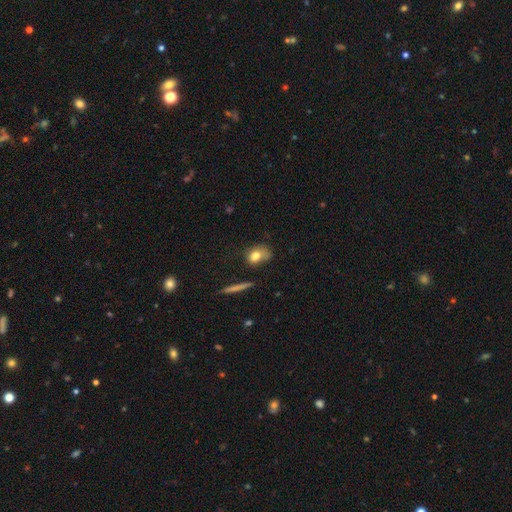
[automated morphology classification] Smooth or featured: smooth — 74% (featured or disk — 17%)
How rounded: in between — 62% (round — 34%)
Merging: none — 48% (minor disturbance — 29%)